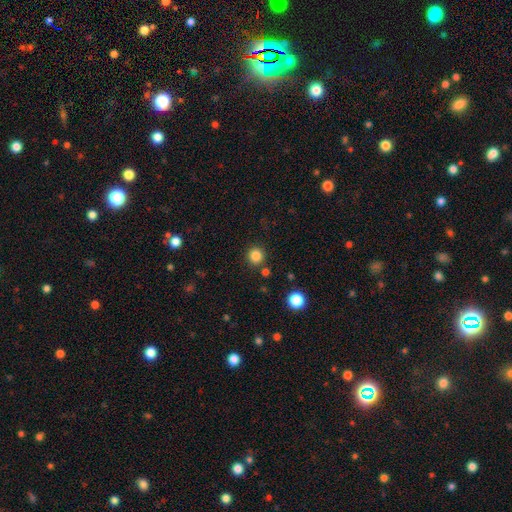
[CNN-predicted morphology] Smooth or featured: smooth — 84% (star or artifact — 12%)
How rounded: round — 93% (in between — 7%)
Merging: none — 86% (minor disturbance — 7%)